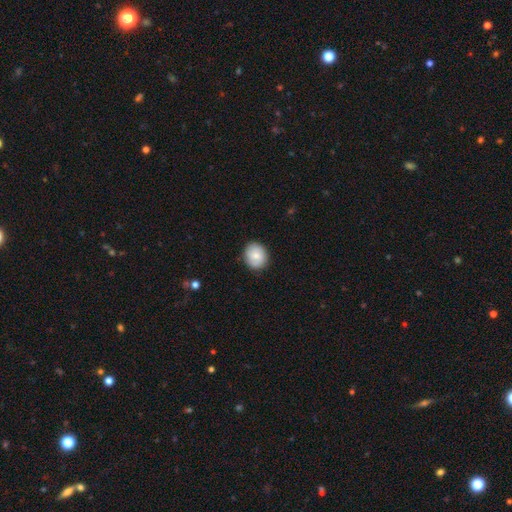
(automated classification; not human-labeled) Smooth or featured: smooth — 79% (featured or disk — 14%)
How rounded: round — 68% (in between — 31%)
Merging: none — 85% (minor disturbance — 11%)